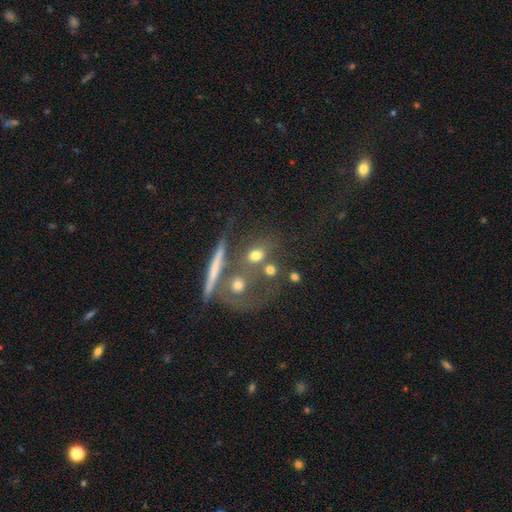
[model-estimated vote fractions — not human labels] This appears to be a smooth galaxy with no disk features (62%) that is round (54%). Merging: none (55%).